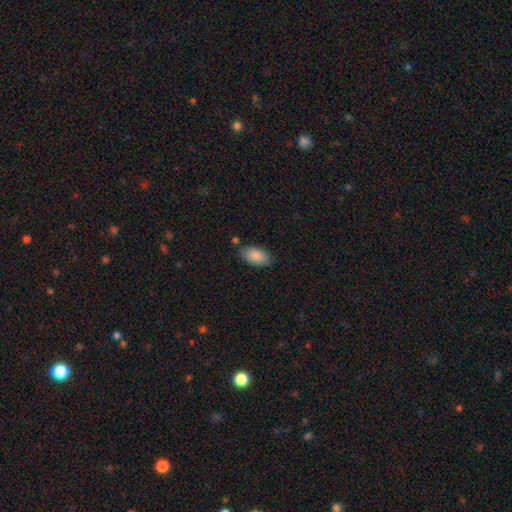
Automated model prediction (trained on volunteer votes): A smooth galaxy with no disk features (87%) that is in between round and cigar-shaped (94%).

Vote fractions:
- Smooth or featured? smooth: 87% / star or artifact: 6% / featured or disk: 6%
- How rounded? in between: 94% / round: 3% / cigar-shaped: 3%
- Merging? none: 76% / minor disturbance: 16% / merger: 4% / major disturbance: 4%